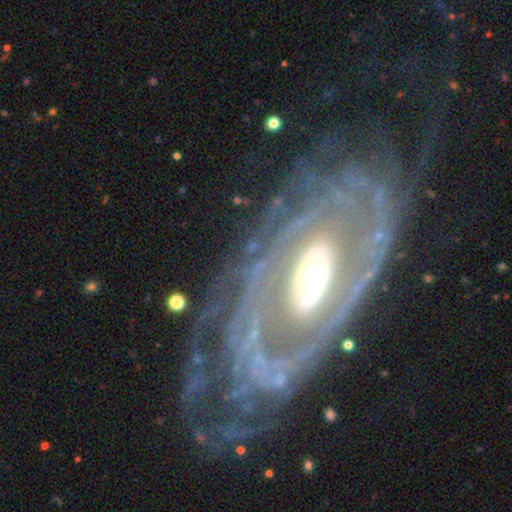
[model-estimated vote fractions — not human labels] The model was most divided on "spiral arm count": can't tell: 39%, 2: 24%, 3: 12%, more than 4: 9%, 4: 9%, 1: 8%. More confident: edge-on disk — no (92%); smooth or featured — featured or disk (89%); spiral arms — yes (86%); spiral winding — tight (68%); merging — none (67%); bulge size — moderate (64%); bar — no (55%).